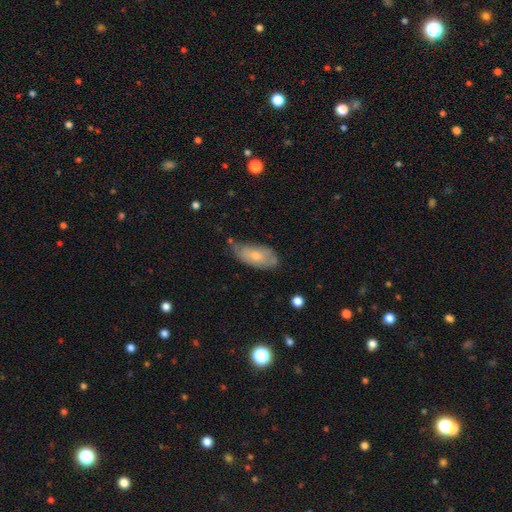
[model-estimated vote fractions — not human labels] Smooth or featured: smooth — 61% (featured or disk — 32%)
How rounded: in between — 90% (cigar-shaped — 7%)
Merging: none — 49% (minor disturbance — 38%)